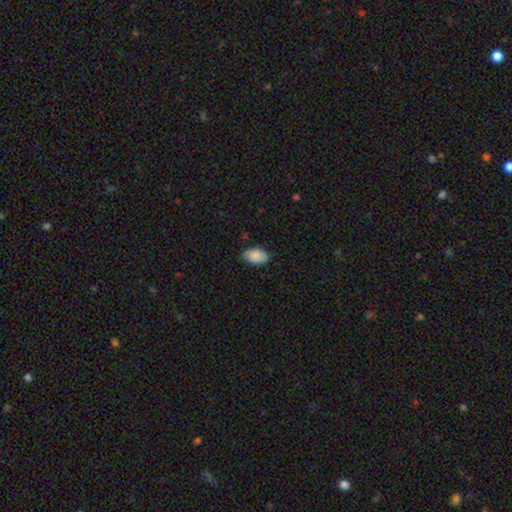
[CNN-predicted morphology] A smooth galaxy with no disk features (88%) that is in between round and cigar-shaped (93%).

Vote fractions:
- Smooth or featured? smooth: 88% / star or artifact: 6% / featured or disk: 5%
- How rounded? in between: 93% / round: 6% / cigar-shaped: 1%
- Merging? none: 78% / minor disturbance: 18% / major disturbance: 3% / merger: 1%